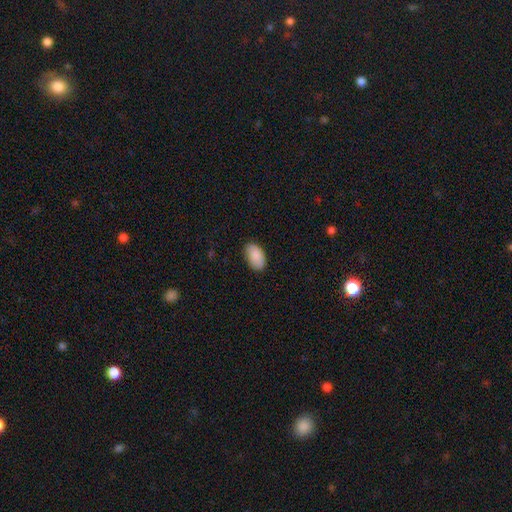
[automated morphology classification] Smooth or featured? smooth (88%)
How rounded? in between (94%)
Merging? none (83%)